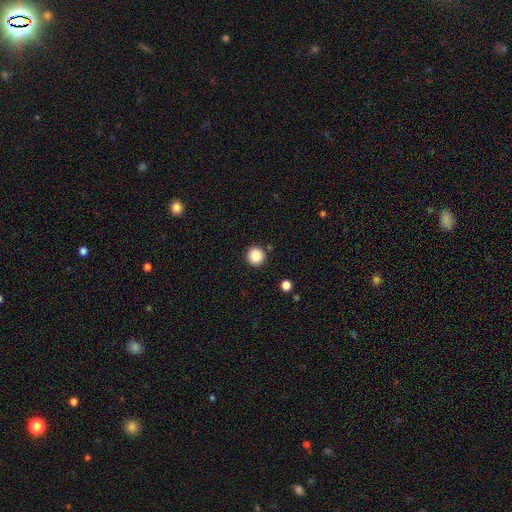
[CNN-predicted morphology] This is clearly a smooth galaxy (88%). How rounded: clearly round (95%). Merging: clearly none (90%).